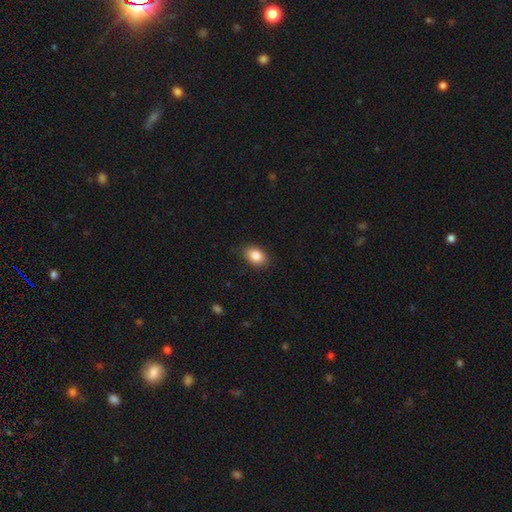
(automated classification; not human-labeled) Overall: smooth (85%). How rounded: in between (81%). Merging: none (86%).